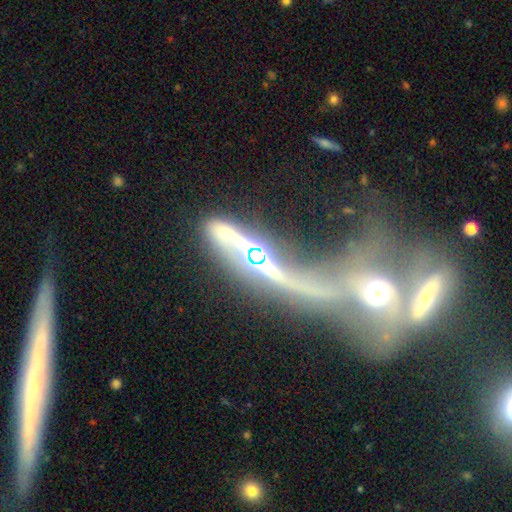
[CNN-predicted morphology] Q: Smooth or featured?
A: featured or disk (67%); runner-up: smooth (19%)
Q: Edge-on disk?
A: no (67%); runner-up: yes (33%)
Q: Merging?
A: merger (64%); runner-up: major disturbance (19%)